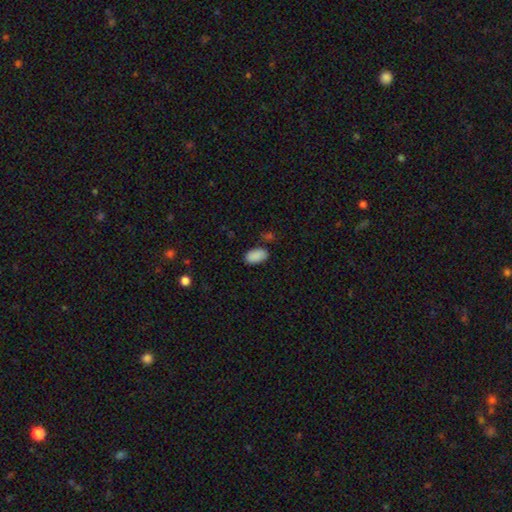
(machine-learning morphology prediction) Smooth or featured?
  - smooth: 89% *
  - star or artifact: 7%
  - featured or disk: 3%
How rounded?
  - in between: 95% *
  - round: 4%
  - cigar-shaped: 2%
Merging?
  - none: 81% *
  - minor disturbance: 12%
  - merger: 4%
  - major disturbance: 3%